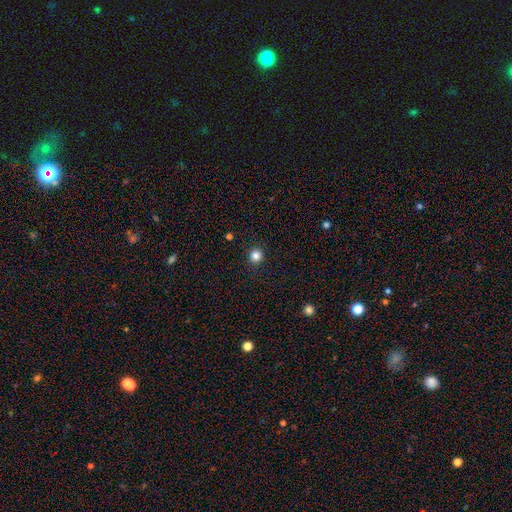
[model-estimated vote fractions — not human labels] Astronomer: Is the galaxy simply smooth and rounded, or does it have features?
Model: smooth — 83%.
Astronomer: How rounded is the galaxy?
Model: round — 94%.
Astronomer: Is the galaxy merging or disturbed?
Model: none — 92%.